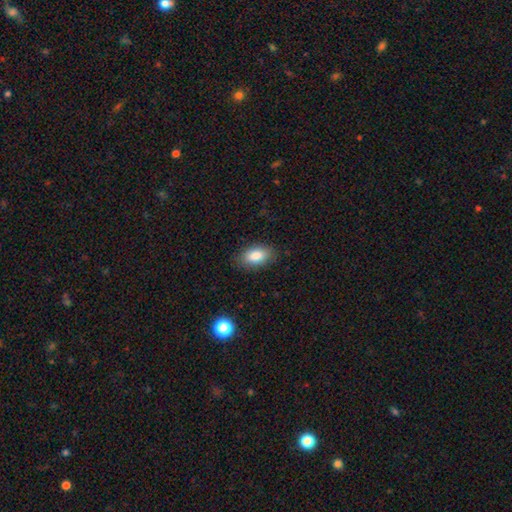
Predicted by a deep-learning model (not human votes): Q: Smooth or featured?
A: smooth (86%); runner-up: star or artifact (7%)
Q: How rounded?
A: in between (92%); runner-up: round (5%)
Q: Merging?
A: none (85%); runner-up: minor disturbance (11%)